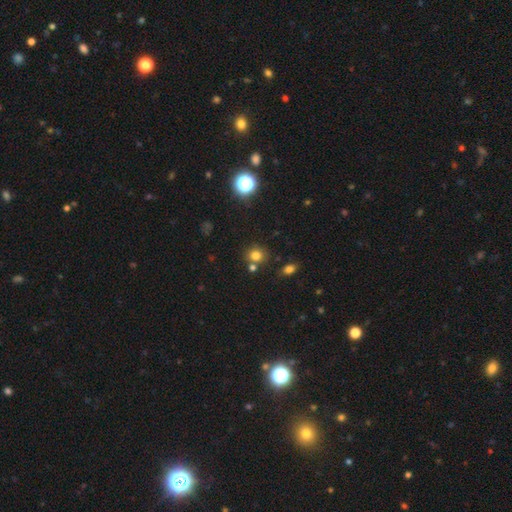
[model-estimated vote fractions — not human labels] smooth-or-featured: smooth: 76% | star or artifact: 17% | featured or disk: 7%
  how-rounded: round: 84% | in between: 15% | cigar-shaped: 1%
  merging: none: 72% | merger: 15% | minor disturbance: 10% | major disturbance: 3%